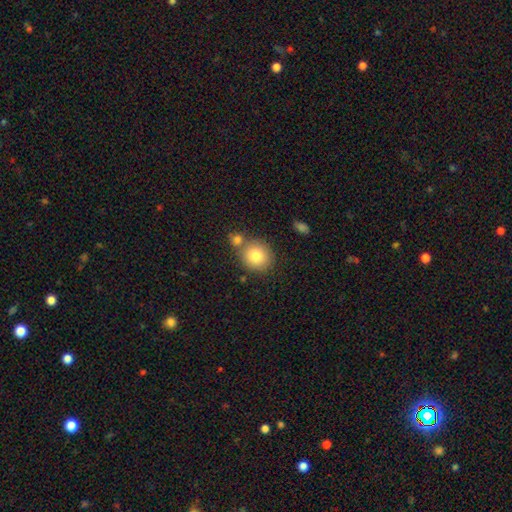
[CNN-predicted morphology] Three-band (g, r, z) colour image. It shows a smooth galaxy with no disk features (81%) that is round (84%). Merging: none (63%).